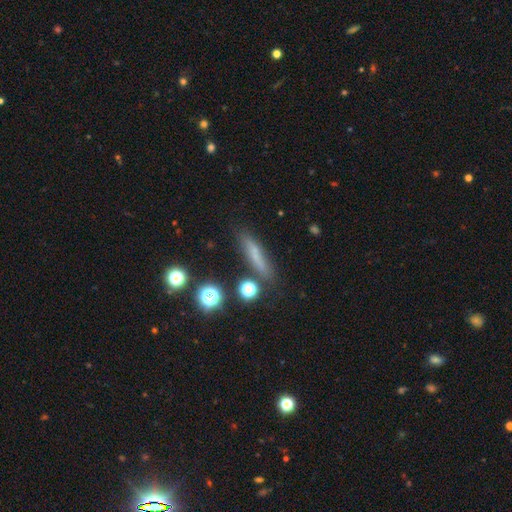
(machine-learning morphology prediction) type=smooth (62%); roundness=cigar-shaped (80%); merging=none (76%).